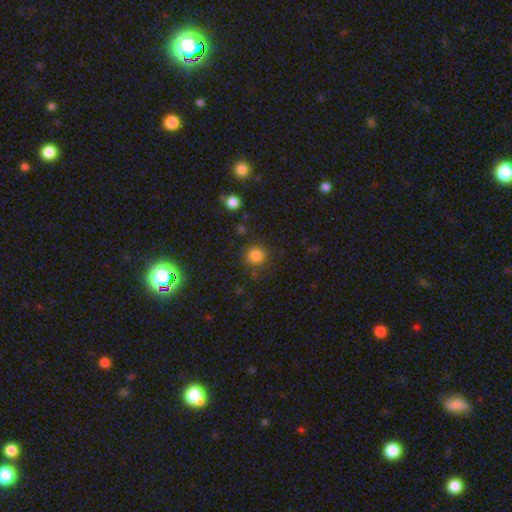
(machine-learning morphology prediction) smooth 83%, star or artifact 13%, featured or disk 5%. Down the decision tree: how rounded — round (91%); merging — none (84%).